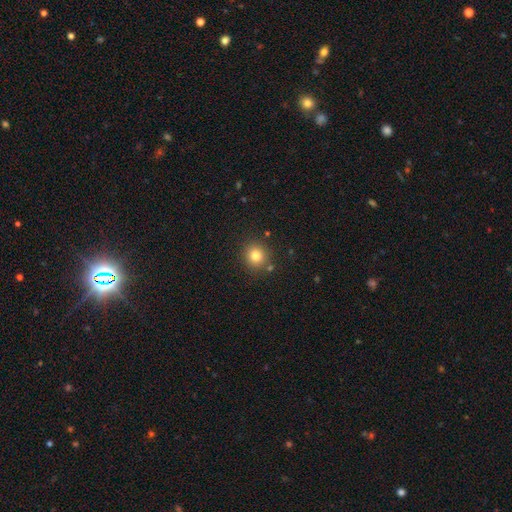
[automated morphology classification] Q: Smooth or featured?
A: smooth (80%); runner-up: star or artifact (13%)
Q: How rounded?
A: round (90%); runner-up: in between (9%)
Q: Merging?
A: none (86%); runner-up: minor disturbance (7%)